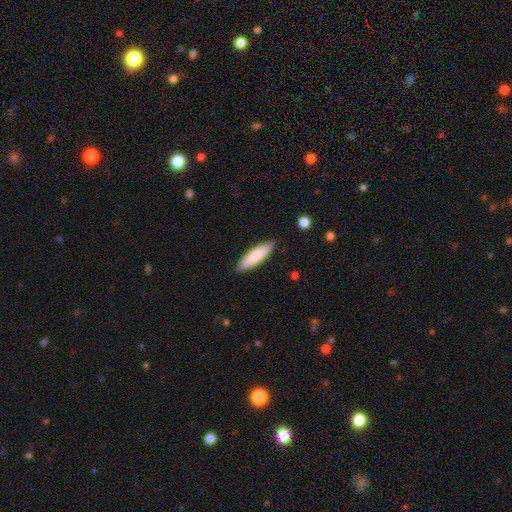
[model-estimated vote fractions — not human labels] This appears to be a smooth galaxy with no disk features (79%) that is cigar-shaped (58%). Merging: none (86%).